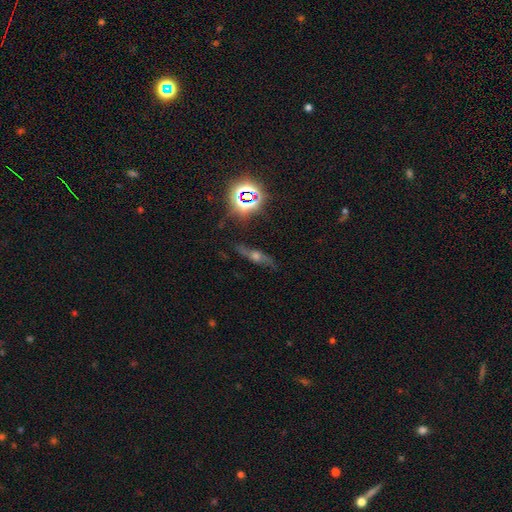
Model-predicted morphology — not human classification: Smooth or featured?
  - featured or disk: 56% *
  - star or artifact: 23%
  - smooth: 21%
Edge-on disk?
  - yes: 64% *
  - no: 36%
Merging?
  - none: 76% *
  - minor disturbance: 16%
  - major disturbance: 6%
  - merger: 2%